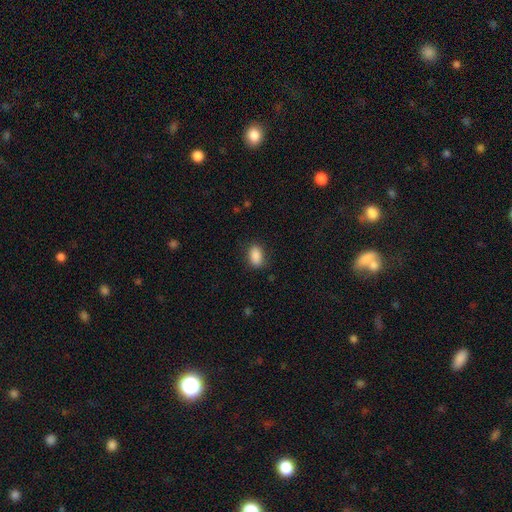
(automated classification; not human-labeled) Smooth or featured? Predicted: smooth (p=0.89). How rounded? Predicted: in between (p=0.89). Merging? Predicted: none (p=0.82).